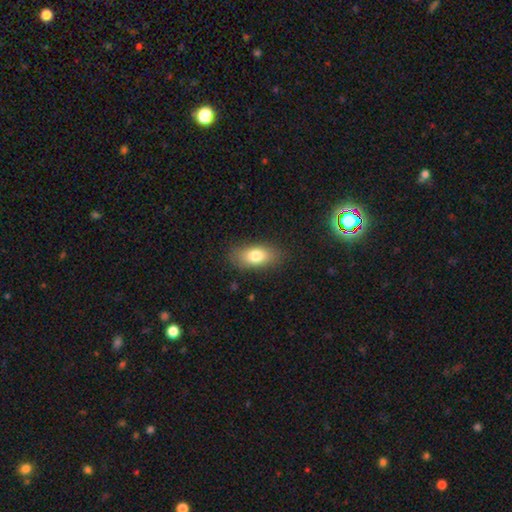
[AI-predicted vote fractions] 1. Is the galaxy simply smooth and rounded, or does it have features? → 79% smooth, 13% featured or disk, 8% star or artifact.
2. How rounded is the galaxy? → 87% in between, 7% cigar-shaped, 6% round.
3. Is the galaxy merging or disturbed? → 84% none, 12% minor disturbance, 3% major disturbance, 1% merger.